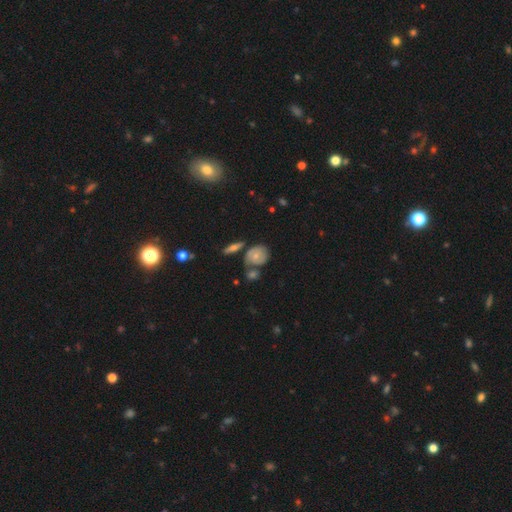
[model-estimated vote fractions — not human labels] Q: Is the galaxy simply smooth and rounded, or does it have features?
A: smooth — 51%.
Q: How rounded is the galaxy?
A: round — 66%.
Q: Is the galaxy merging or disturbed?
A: none — 56%.